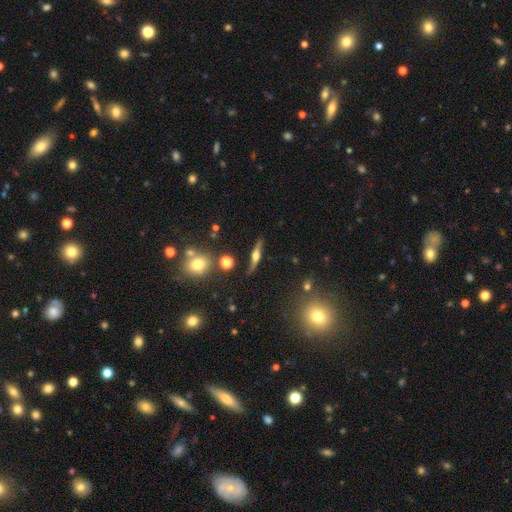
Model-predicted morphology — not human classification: smooth-or-featured: featured or disk: 75% | smooth: 18% | star or artifact: 8%
  disk-edge-on: yes: 93% | no: 7%
    edge-on-bulge: rounded: 92% | boxy: 5% | none: 2%
  merging: none: 82% | minor disturbance: 11% | major disturbance: 3% | merger: 3%